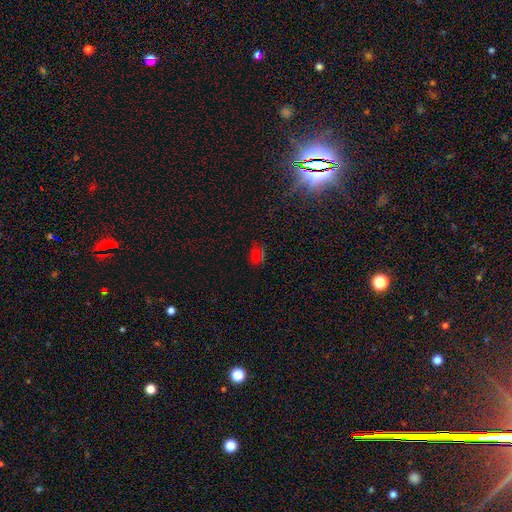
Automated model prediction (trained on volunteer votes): Smooth or featured: star or artifact — 45% (tied with smooth — 45%)